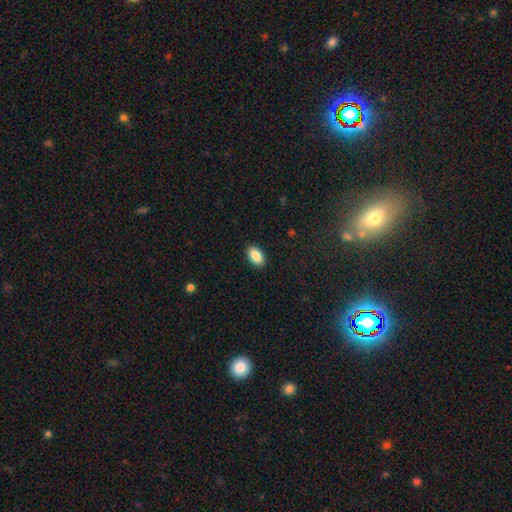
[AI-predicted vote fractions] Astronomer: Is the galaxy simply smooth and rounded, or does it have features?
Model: smooth — 89%.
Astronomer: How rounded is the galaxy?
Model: in between — 93%.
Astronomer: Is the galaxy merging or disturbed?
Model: none — 90%.